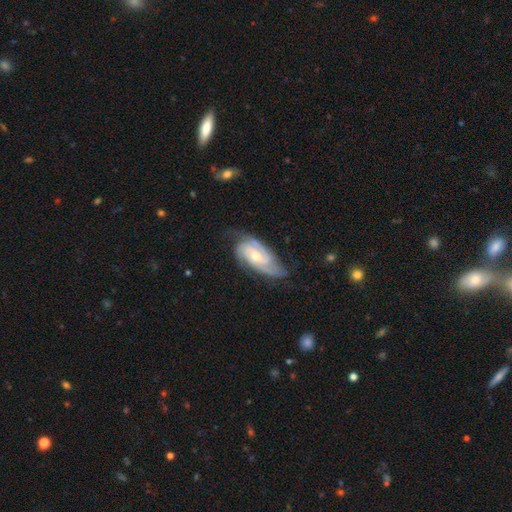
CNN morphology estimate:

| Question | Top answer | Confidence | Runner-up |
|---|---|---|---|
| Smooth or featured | featured or disk | 84% | smooth (10%) |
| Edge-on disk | no | 95% | yes (5%) |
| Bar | no | 54% | weak (36%) |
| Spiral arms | yes | 97% | no (3%) |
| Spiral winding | tight | 55% | medium (36%) |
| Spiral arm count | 2 | 37% | 3 (34%) |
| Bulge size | moderate | 49% | small (45%) |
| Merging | none | 66% | minor disturbance (24%) |